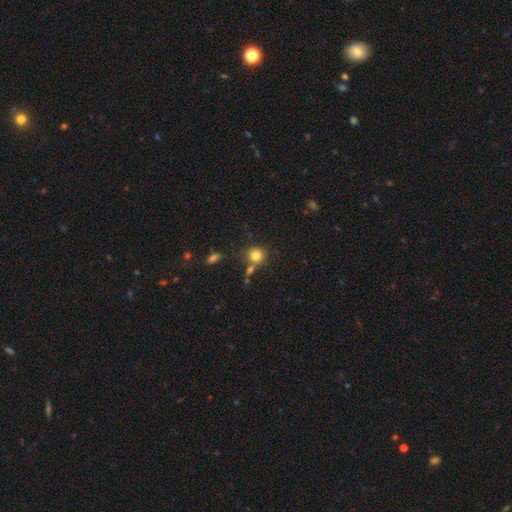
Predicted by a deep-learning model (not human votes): A smooth galaxy with no disk features (81%) that is round (86%).

Vote fractions:
- Smooth or featured? smooth: 81% / star or artifact: 11% / featured or disk: 7%
- How rounded? round: 86% / in between: 13% / cigar-shaped: 1%
- Merging? none: 66% / merger: 19% / minor disturbance: 11% / major disturbance: 4%